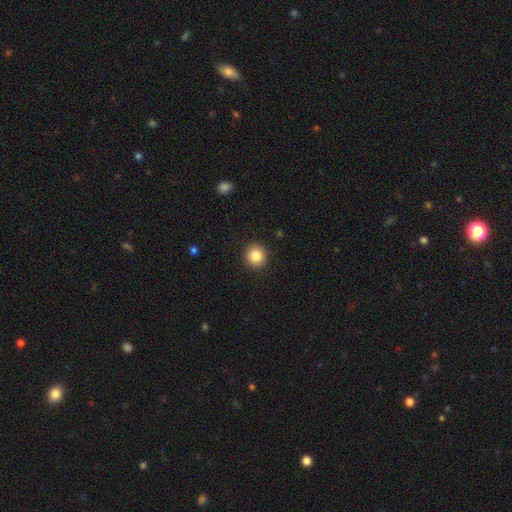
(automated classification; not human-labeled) Smooth or featured? Predicted: smooth (p=0.85). How rounded? Predicted: round (p=0.91). Merging? Predicted: none (p=0.91).